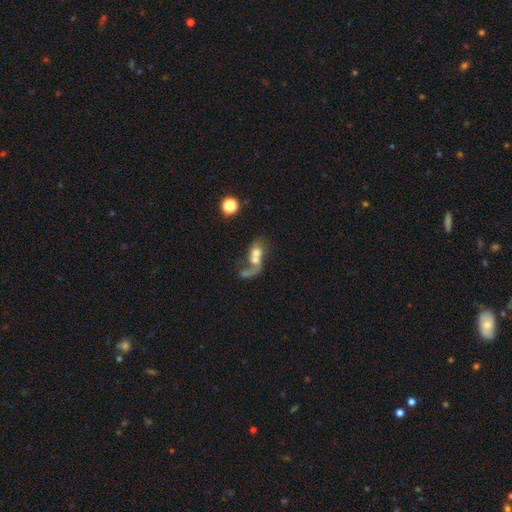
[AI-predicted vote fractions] Smooth or featured: smooth — 45% (featured or disk — 43%)
Merging: merger — 69% (major disturbance — 15%)